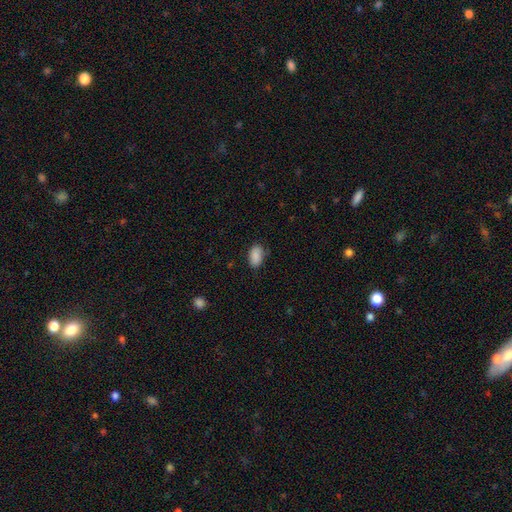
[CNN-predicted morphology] Smooth or featured? smooth (88%)
How rounded? in between (92%)
Merging? none (75%)